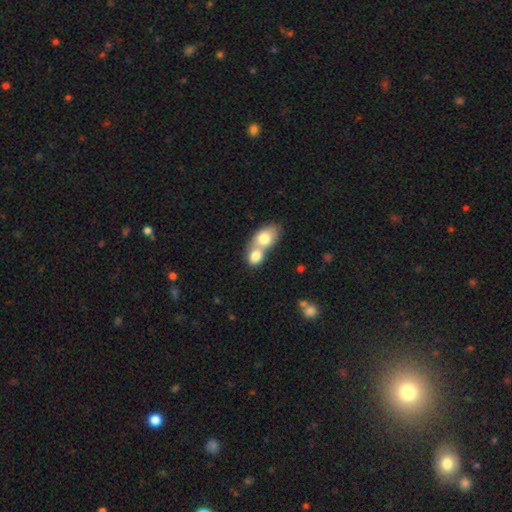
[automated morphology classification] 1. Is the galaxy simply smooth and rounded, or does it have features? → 76% smooth, 16% featured or disk, 7% star or artifact.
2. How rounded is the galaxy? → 66% in between, 32% round, 2% cigar-shaped.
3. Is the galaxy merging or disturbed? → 76% merger, 17% none, 5% minor disturbance, 3% major disturbance.